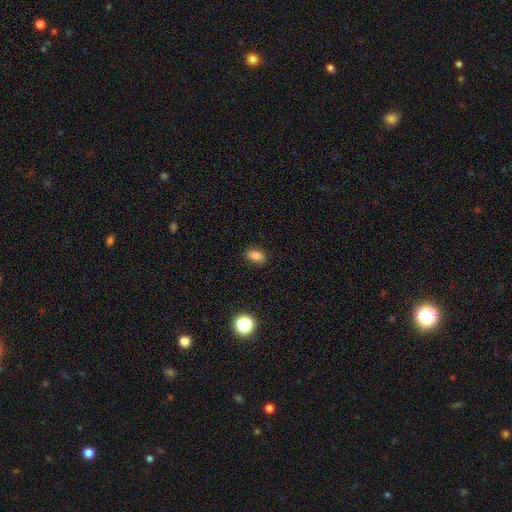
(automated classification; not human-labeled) The model was most divided on "smooth or featured": smooth: 82%, star or artifact: 12%, featured or disk: 6%. More confident: merging — none (86%); how rounded — in between (84%).